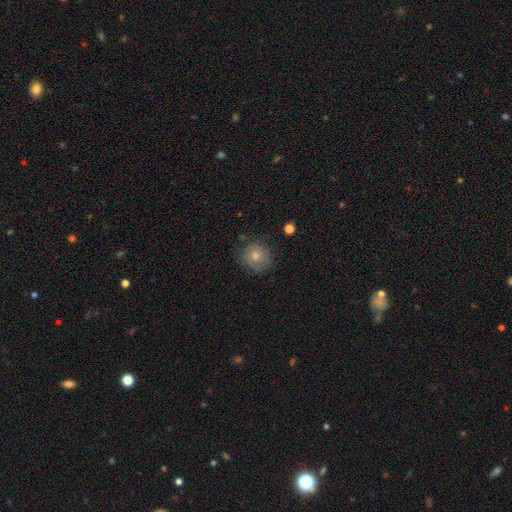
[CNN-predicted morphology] Smooth or featured? Predicted: smooth (p=0.75). How rounded? Predicted: round (p=0.88). Merging? Predicted: none (p=0.75).